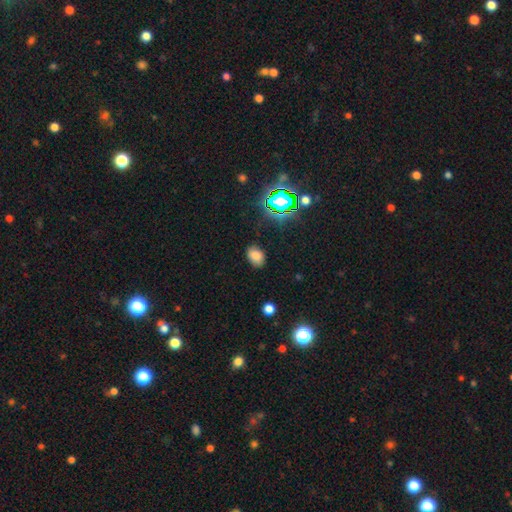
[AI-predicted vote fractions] The model was most divided on "how rounded": in between: 78%, round: 21%, cigar-shaped: 1%. More confident: merging — none (81%); smooth or featured — smooth (76%).